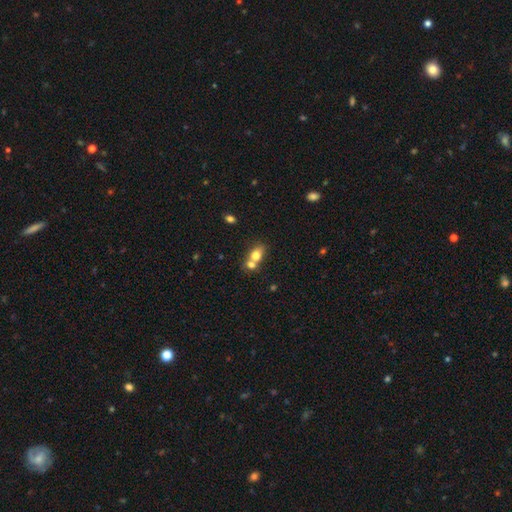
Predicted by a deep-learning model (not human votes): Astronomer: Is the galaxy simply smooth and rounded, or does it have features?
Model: smooth — 75%.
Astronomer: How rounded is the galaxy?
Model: in between — 65%.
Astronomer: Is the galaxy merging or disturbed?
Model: merger — 56% (runner-up: none, 32%).